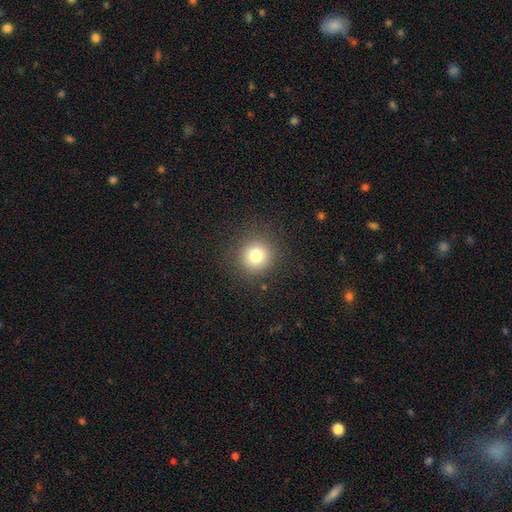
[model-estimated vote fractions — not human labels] smooth 78%, star or artifact 13%, featured or disk 8%. Down the decision tree: how rounded — round (93%); merging — none (89%).